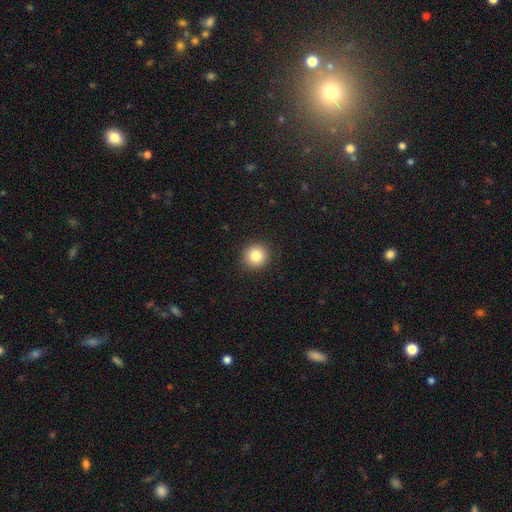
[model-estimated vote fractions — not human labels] A smooth galaxy with no disk features (84%) that is round (94%).

Vote fractions:
- Smooth or featured? smooth: 84% / star or artifact: 10% / featured or disk: 6%
- How rounded? round: 94% / in between: 5% / cigar-shaped: 1%
- Merging? none: 92% / minor disturbance: 5% / major disturbance: 2% / merger: 1%